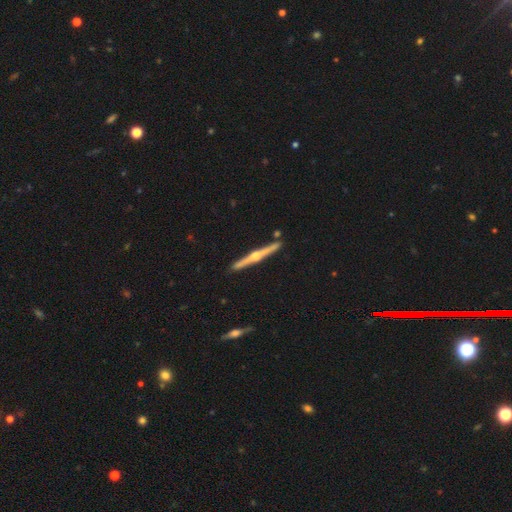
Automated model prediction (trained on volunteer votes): Smooth or featured?
  - featured or disk: 82% *
  - smooth: 13%
  - star or artifact: 5%
Edge-on disk?
  - yes: 98% *
  - no: 2%
Edge-on bulge?
  - rounded: 90% *
  - none: 6%
  - boxy: 4%
Merging?
  - none: 89% *
  - minor disturbance: 7%
  - merger: 2%
  - major disturbance: 1%